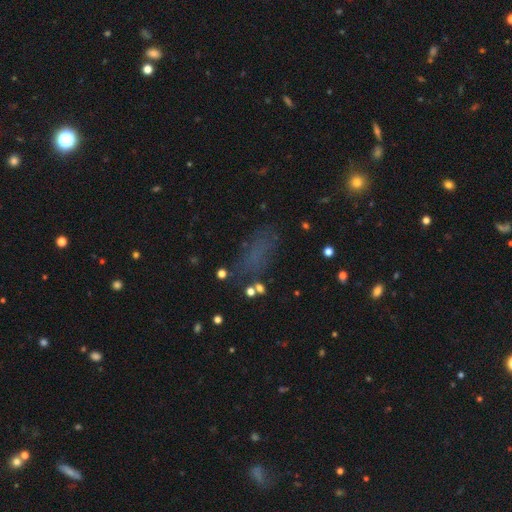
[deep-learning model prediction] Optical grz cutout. It shows a smooth galaxy with no disk features (56%) that is in between round and cigar-shaped (72%). Merging: none (68%).